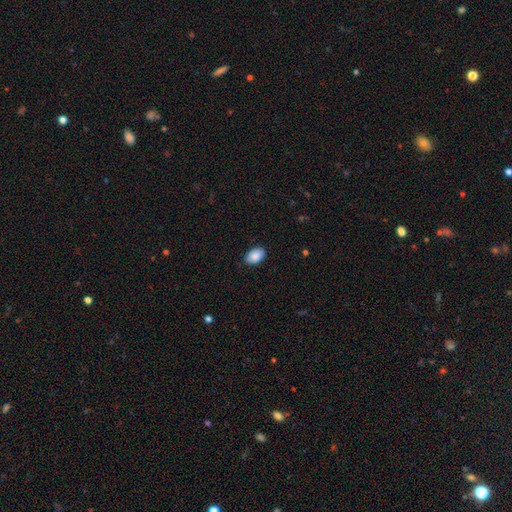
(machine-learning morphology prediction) Smooth or featured? Predicted: smooth (p=0.88). How rounded? Predicted: in between (p=0.88). Merging? Predicted: none (p=0.86).